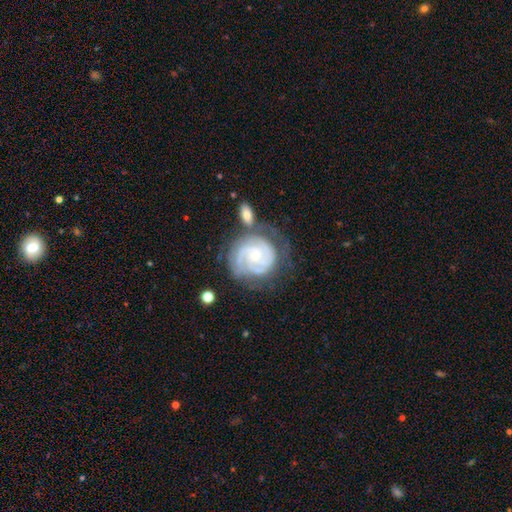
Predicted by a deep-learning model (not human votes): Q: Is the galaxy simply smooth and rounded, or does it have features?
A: featured or disk — 88%.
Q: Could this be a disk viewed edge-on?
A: no — 98%.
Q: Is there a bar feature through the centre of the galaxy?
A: no — 72%.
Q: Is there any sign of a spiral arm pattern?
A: yes — 97%.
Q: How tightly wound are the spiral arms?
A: tight — 75%.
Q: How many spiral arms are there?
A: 3 — 34%.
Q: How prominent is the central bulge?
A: small — 70%.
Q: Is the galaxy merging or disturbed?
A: none — 55%.